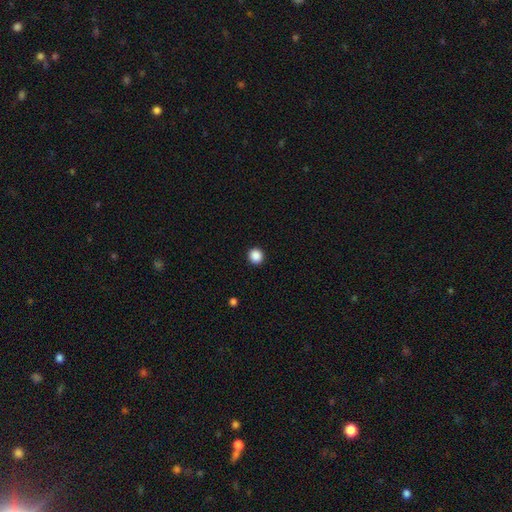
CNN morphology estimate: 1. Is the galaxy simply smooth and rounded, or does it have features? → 88% smooth, 9% star or artifact, 2% featured or disk.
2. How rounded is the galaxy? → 93% round, 6% in between, 1% cigar-shaped.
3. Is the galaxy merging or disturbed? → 93% none, 4% minor disturbance, 1% major disturbance, 1% merger.